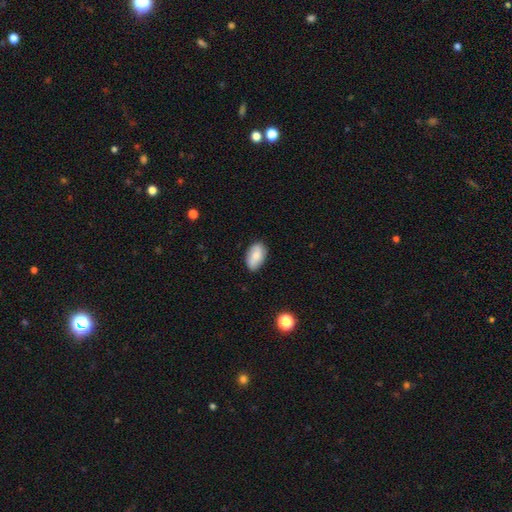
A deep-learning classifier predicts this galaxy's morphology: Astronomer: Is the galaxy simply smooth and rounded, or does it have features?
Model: smooth — 79%.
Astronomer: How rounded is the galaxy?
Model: in between — 93%.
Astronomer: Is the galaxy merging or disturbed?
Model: none — 83%.